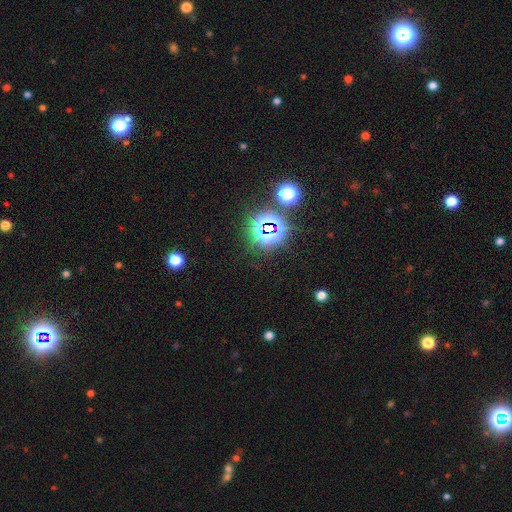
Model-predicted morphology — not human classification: This appears to be a star or artifact, not a galaxy (79%).